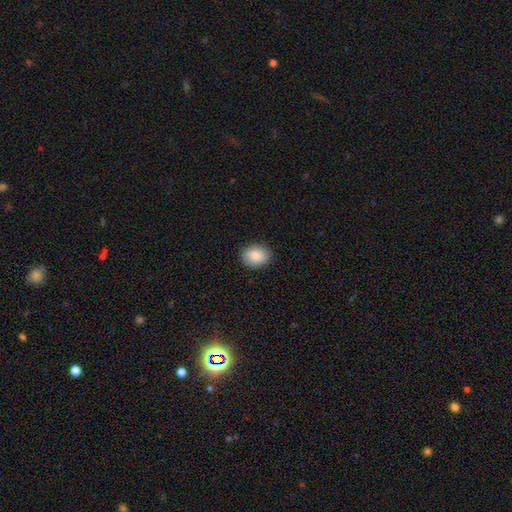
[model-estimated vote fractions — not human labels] Q: Smooth or featured?
A: smooth (85%); runner-up: featured or disk (7%)
Q: How rounded?
A: in between (57%); runner-up: round (42%)
Q: Merging?
A: none (87%); runner-up: minor disturbance (10%)